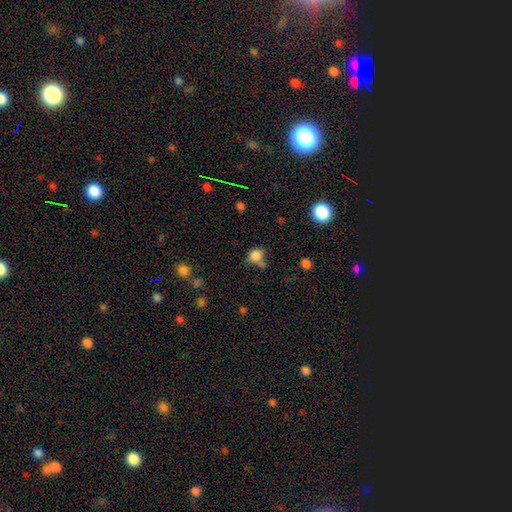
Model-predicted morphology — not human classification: Smooth or featured? smooth (81%)
How rounded? round (64%)
Merging? none (50%)